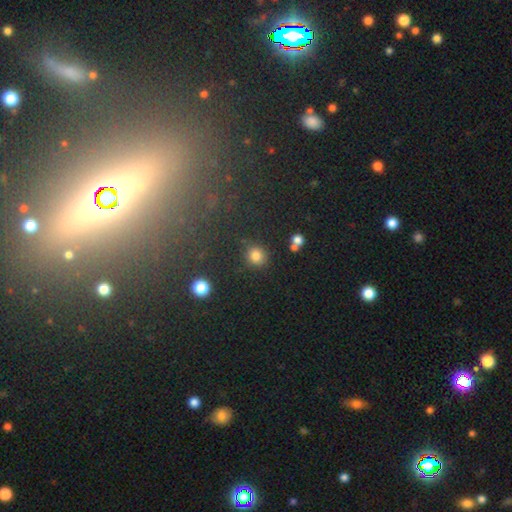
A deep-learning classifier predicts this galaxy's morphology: type=smooth (81%); roundness=round (88%); merging=none (83%).